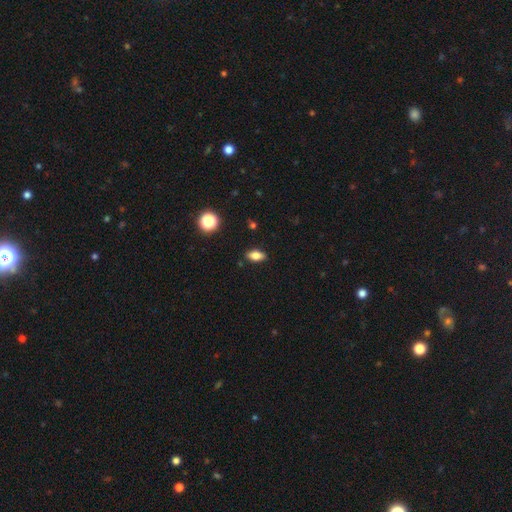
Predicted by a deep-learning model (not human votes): The model was most divided on "smooth or featured": smooth: 79%, featured or disk: 11%, star or artifact: 10%. More confident: merging — none (88%); how rounded — in between (87%).